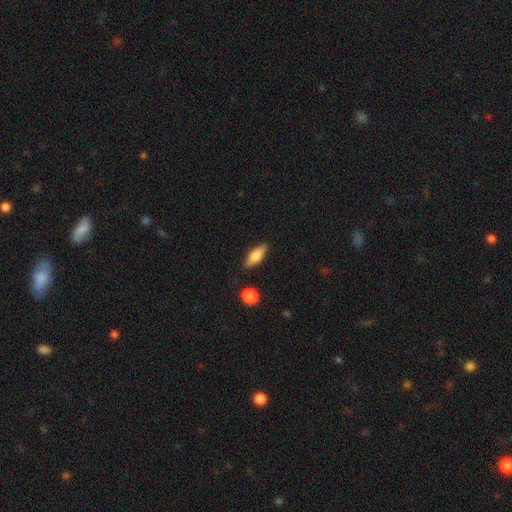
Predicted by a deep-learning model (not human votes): A smooth galaxy with no disk features (78%) that is in between round and cigar-shaped (69%). Merging: none (84%).